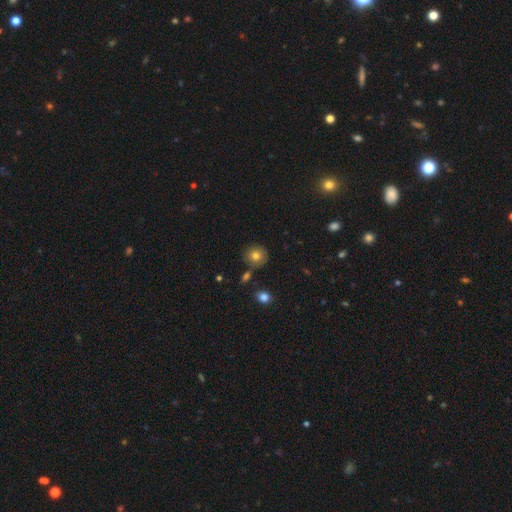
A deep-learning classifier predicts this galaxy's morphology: smooth 77%, featured or disk 12%, star or artifact 11%. Down the decision tree: how rounded — round (90%); merging — none (78%).